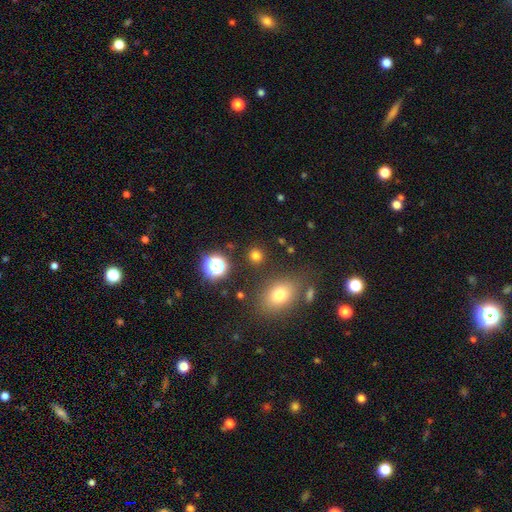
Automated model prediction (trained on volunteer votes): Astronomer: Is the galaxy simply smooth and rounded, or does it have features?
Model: smooth — 72%.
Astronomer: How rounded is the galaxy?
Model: round — 86%.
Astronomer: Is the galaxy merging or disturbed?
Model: none — 86%.